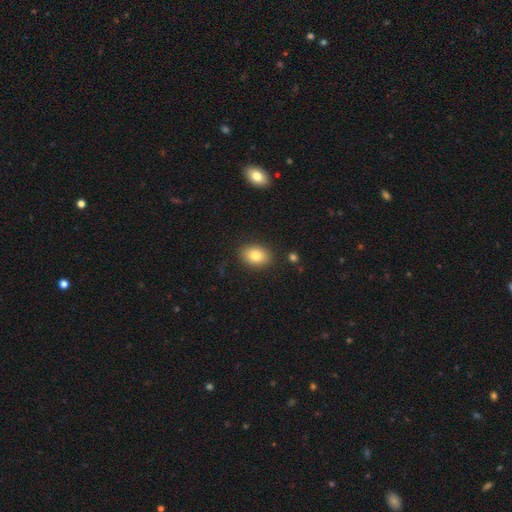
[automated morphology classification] Q: Smooth or featured?
A: smooth (81%); runner-up: featured or disk (10%)
Q: How rounded?
A: in between (70%); runner-up: round (29%)
Q: Merging?
A: none (88%); runner-up: minor disturbance (8%)